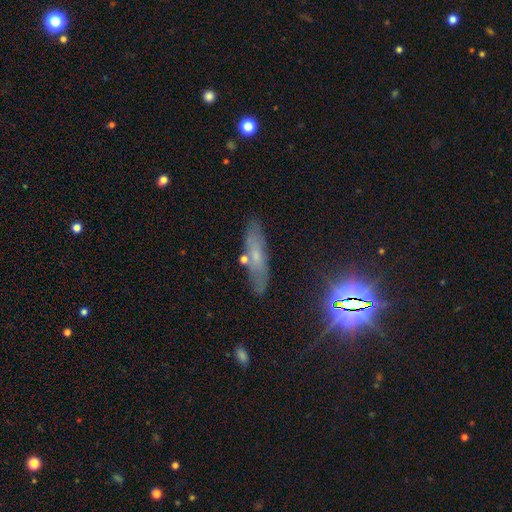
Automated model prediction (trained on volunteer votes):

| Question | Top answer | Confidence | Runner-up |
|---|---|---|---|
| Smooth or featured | smooth | 45% | featured or disk (36%) |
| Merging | none | 76% | minor disturbance (15%) |